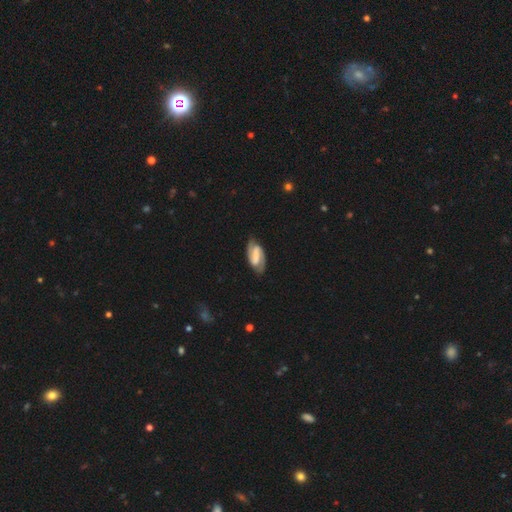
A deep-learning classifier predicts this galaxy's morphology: type=featured or disk (79%); edge-on=no (96%); bar=strong (60%); spiral arms=yes (93%); winding=medium (44%); arm count=2 (91%); bulge=none (41%); merging=none (81%).